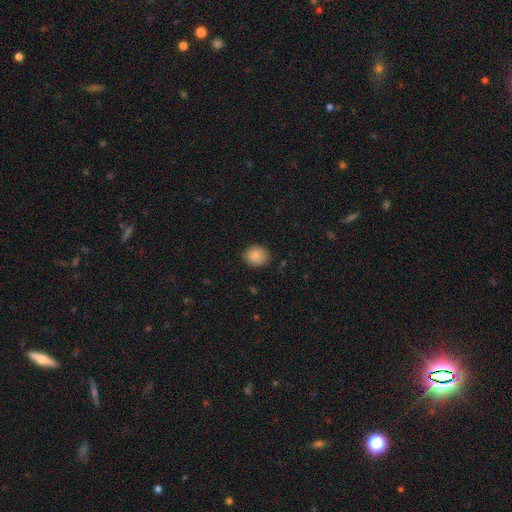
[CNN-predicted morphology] smooth 88%, star or artifact 8%, featured or disk 4%. Down the decision tree: how rounded — round (72%); merging — none (86%).